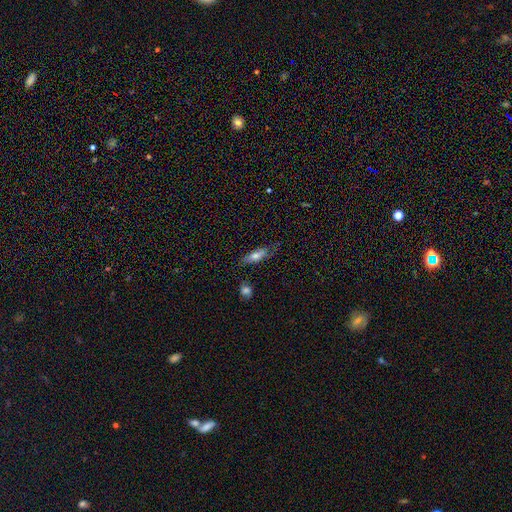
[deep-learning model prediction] Morphology: type=smooth (68%); roundness=in between (53%); merging=none (71%).